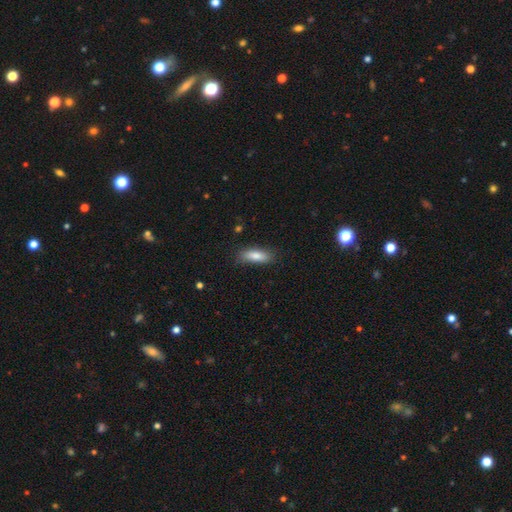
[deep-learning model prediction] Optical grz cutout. It shows a smooth galaxy with no disk features (80%) that is in between round and cigar-shaped (58%). Merging: none (79%).